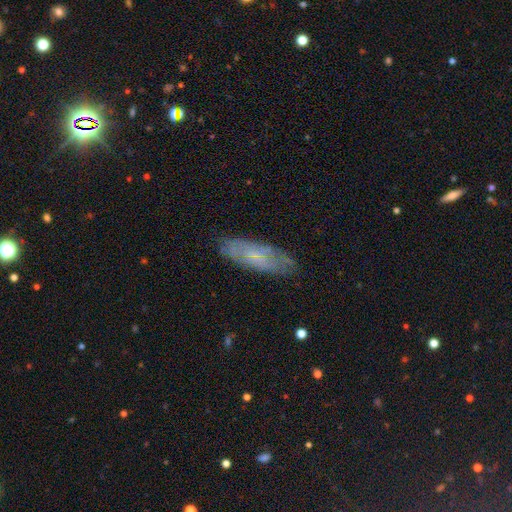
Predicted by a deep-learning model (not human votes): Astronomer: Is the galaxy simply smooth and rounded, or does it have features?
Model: smooth — 48% (runner-up: featured or disk, 41%).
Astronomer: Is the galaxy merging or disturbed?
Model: none — 80%.